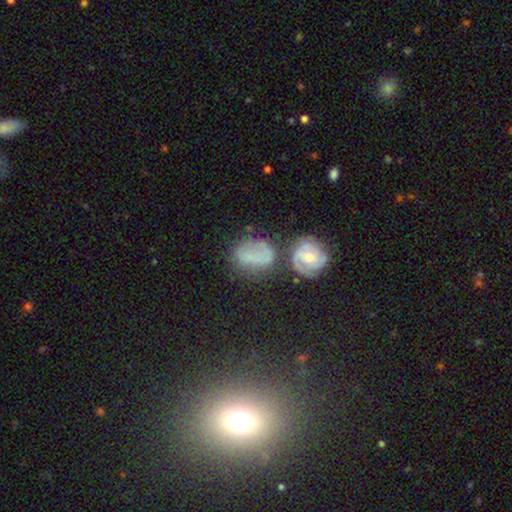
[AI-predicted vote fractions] Overall: smooth (50%; featured or disk 34%). How rounded: in between (61%; round 36%). Merging: none (43%; minor disturbance 24%).